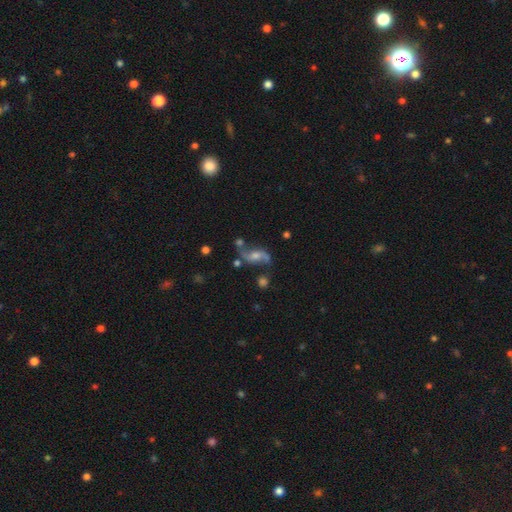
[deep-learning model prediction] Smooth or featured? featured or disk (79%)
Edge-on disk? no (96%)
Bar? no (57%)
Spiral arms? yes (93%)
Spiral winding? loose (78%)
Spiral arm count? 2 (92%)
Bulge size? moderate (56%)
Merging? none (60%)